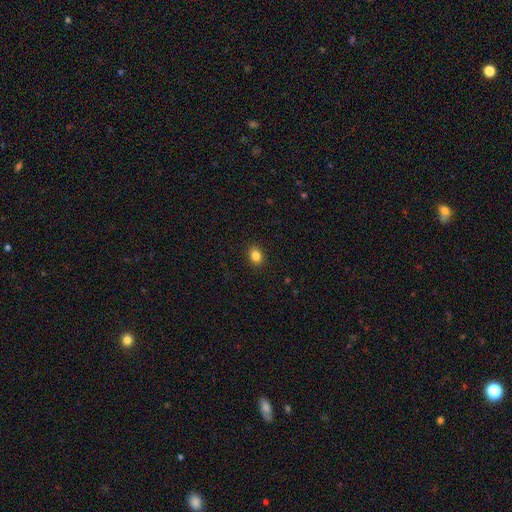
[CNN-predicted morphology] This appears to be a smooth galaxy with no disk features (85%) that is in between round and cigar-shaped (58%). Merging: none (90%).